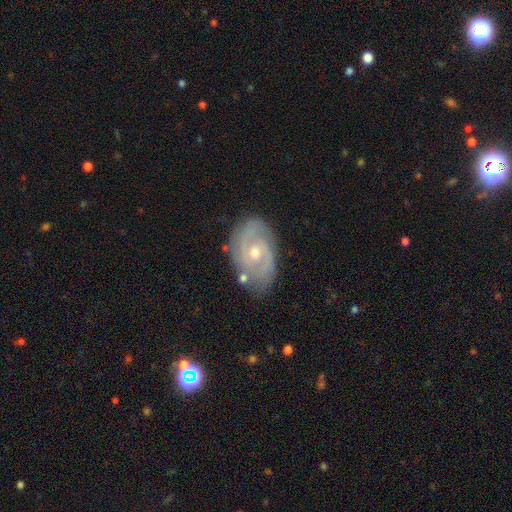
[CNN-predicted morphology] type=featured or disk (78%); edge-on=no (96%); bar=no (59%); spiral arms=yes (93%); winding=tight (46%); arm count=2 (51%); bulge=small (55%); merging=none (77%).